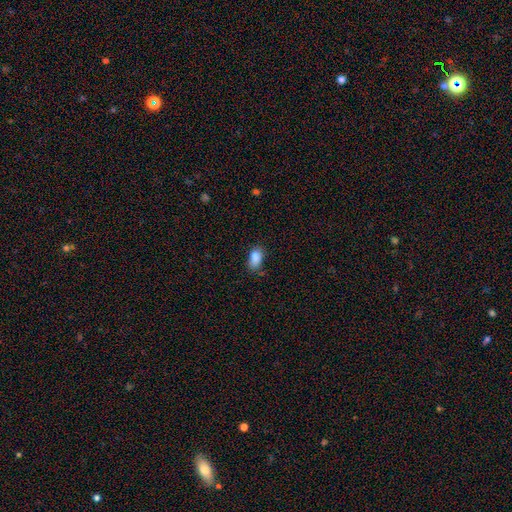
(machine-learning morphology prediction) smooth 87%, star or artifact 9%, featured or disk 5%. Down the decision tree: how rounded — in between (90%); merging — none (68%).